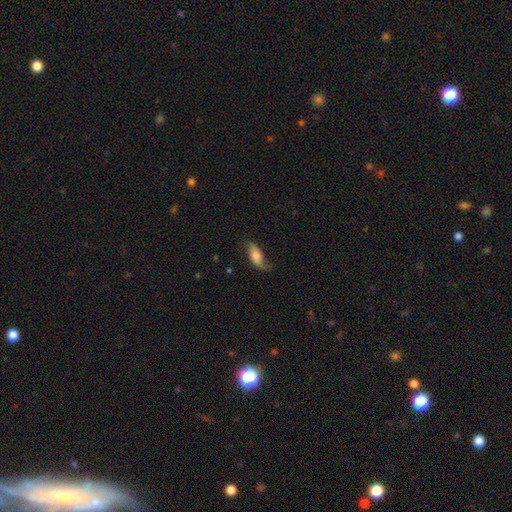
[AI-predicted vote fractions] Smooth or featured? Predicted: featured or disk (p=0.48). Merging? Predicted: none (p=0.58).